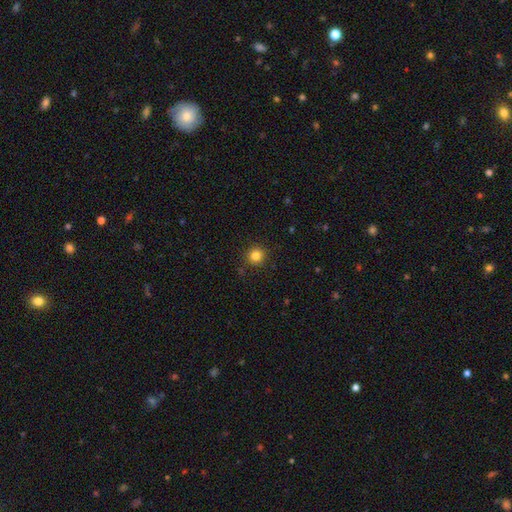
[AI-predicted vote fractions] Q: Smooth or featured?
A: smooth (83%); runner-up: star or artifact (12%)
Q: How rounded?
A: round (94%); runner-up: in between (6%)
Q: Merging?
A: none (91%); runner-up: minor disturbance (6%)